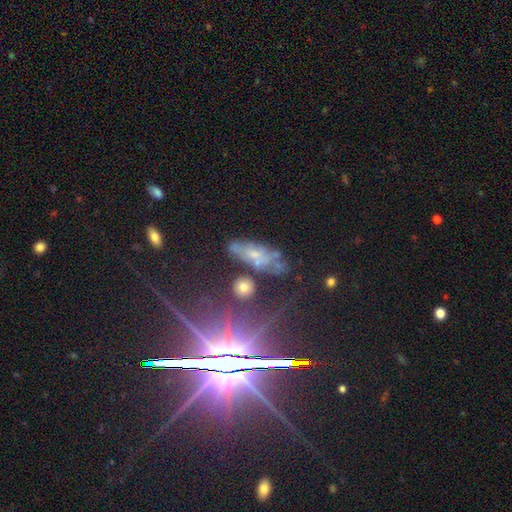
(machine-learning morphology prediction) type=featured or disk (40%); merging=none (63%).